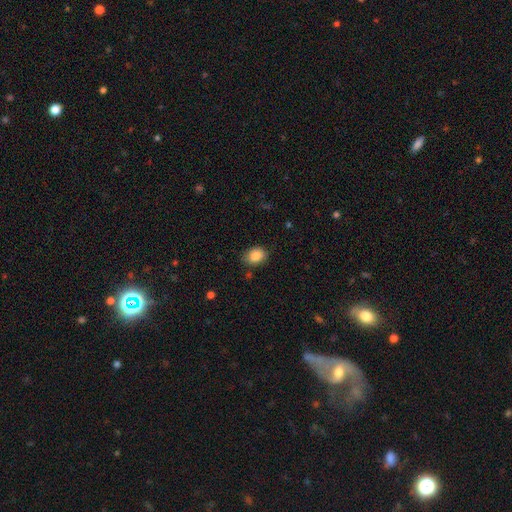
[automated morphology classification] A smooth galaxy with no disk features (88%) that is in between round and cigar-shaped (67%).

Vote fractions:
- Smooth or featured? smooth: 88% / star or artifact: 8% / featured or disk: 4%
- How rounded? in between: 67% / round: 32% / cigar-shaped: 1%
- Merging? none: 80% / minor disturbance: 15% / major disturbance: 3% / merger: 2%